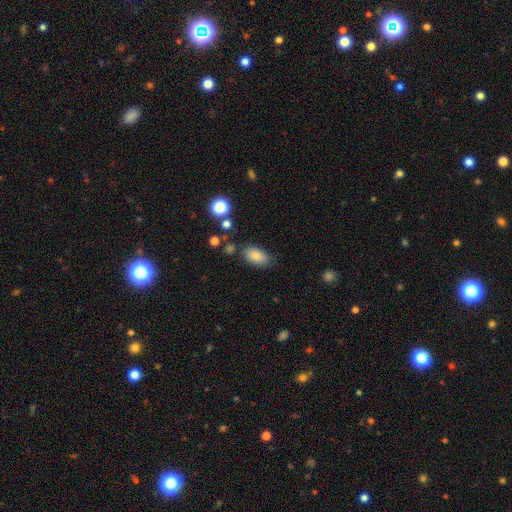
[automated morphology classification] type=smooth (84%); roundness=in between (91%); merging=none (78%).